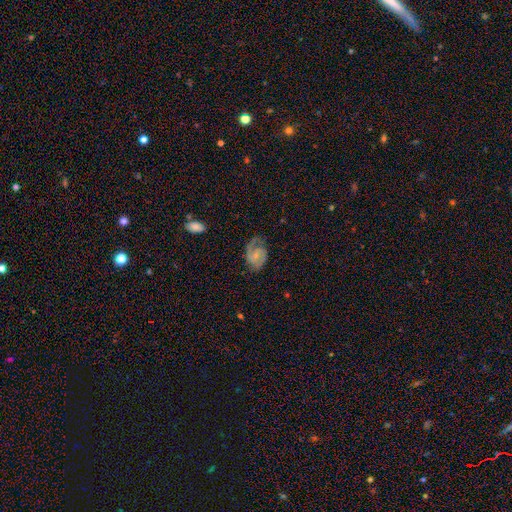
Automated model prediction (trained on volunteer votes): Smooth or featured: featured or disk — 79% (smooth — 15%)
Edge-on disk: no — 98% (yes — 2%)
Bar: weak — 48% (no — 39%)
Spiral arms: yes — 94% (no — 6%)
Spiral winding: medium — 51% (tight — 30%)
Spiral arm count: 2 — 77% (1 — 13%)
Bulge size: small — 60% (moderate — 22%)
Merging: none — 65% (minor disturbance — 21%)